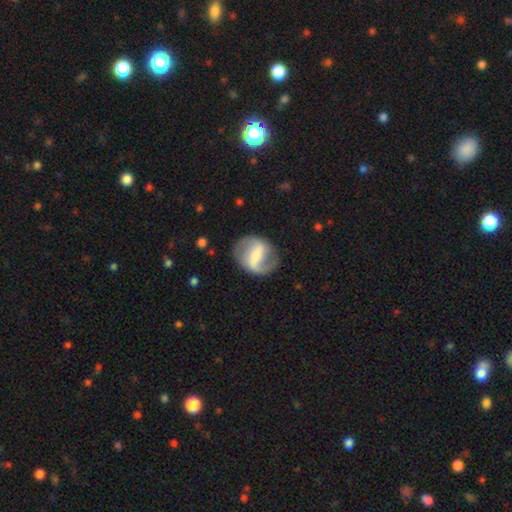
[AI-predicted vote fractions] Smooth or featured: featured or disk — 78% (smooth — 16%)
Edge-on disk: no — 97% (yes — 3%)
Bar: strong — 54% (weak — 34%)
Spiral arms: yes — 87% (no — 13%)
Spiral winding: loose — 45% (medium — 40%)
Spiral arm count: 2 — 88% (can't tell — 5%)
Bulge size: small — 41% (tied with moderate — 41%)
Merging: none — 80% (minor disturbance — 12%)